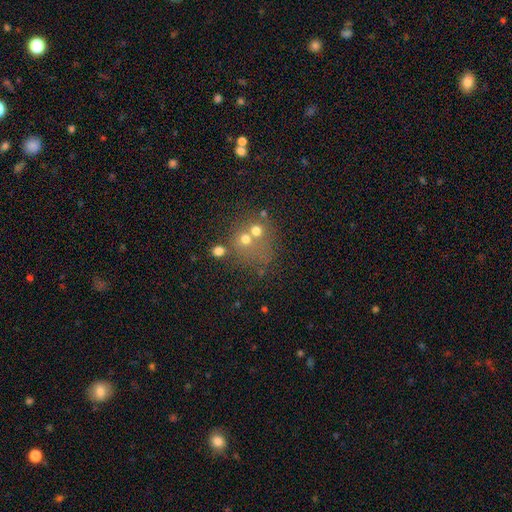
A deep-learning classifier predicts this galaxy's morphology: type=star or artifact (42%).